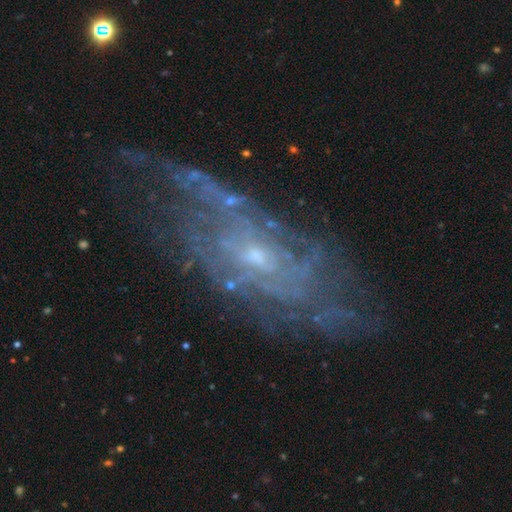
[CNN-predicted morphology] A featured or disk galaxy (81%) with no bar (65%), tight (52%) spiral arms (90%) and a small central bulge (76%). Merging: none (70%).